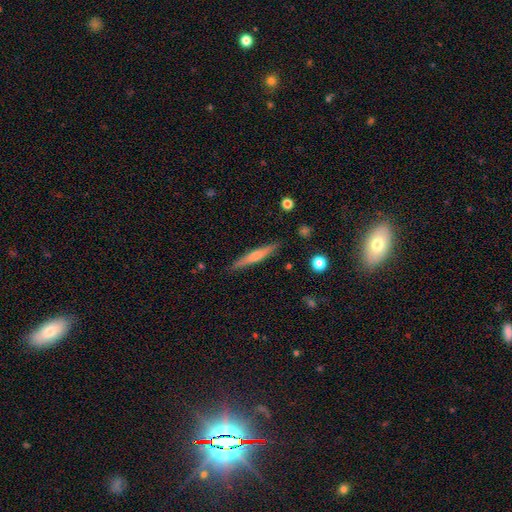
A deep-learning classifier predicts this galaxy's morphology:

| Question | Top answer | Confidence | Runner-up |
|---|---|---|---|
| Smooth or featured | smooth | 51% | featured or disk (43%) |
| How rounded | cigar-shaped | 94% | in between (5%) |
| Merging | none | 89% | minor disturbance (8%) |